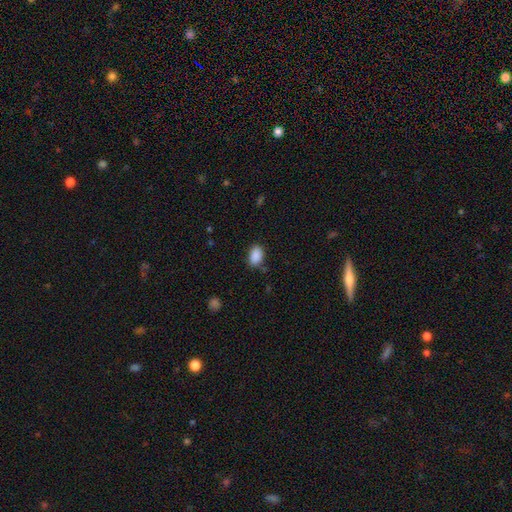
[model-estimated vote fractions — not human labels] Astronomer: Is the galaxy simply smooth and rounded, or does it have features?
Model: smooth — 89%.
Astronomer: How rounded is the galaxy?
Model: in between — 85%.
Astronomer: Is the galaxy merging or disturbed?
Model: none — 78%.